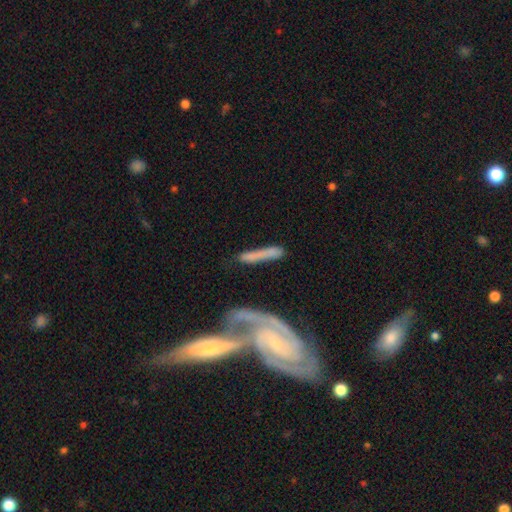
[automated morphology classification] type=smooth (60%); roundness=cigar-shaped (89%); merging=none (58%).